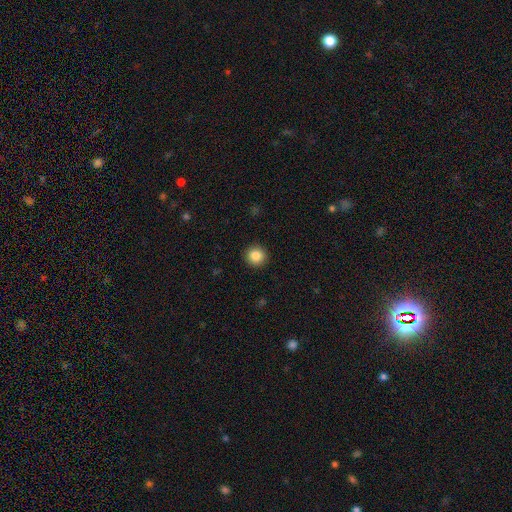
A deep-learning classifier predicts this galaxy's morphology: Smooth or featured? smooth (86%)
How rounded? round (95%)
Merging? none (93%)